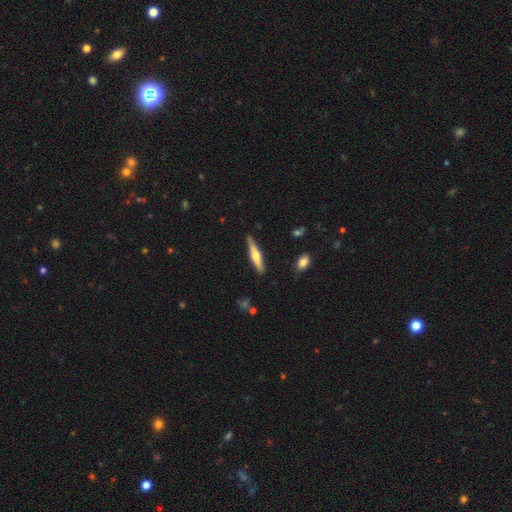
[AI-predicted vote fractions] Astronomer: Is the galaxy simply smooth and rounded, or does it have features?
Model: featured or disk — 58% (runner-up: smooth, 37%).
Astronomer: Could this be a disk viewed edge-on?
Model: yes — 96%.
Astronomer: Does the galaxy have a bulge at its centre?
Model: rounded — 89%.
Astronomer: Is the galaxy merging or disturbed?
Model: none — 87%.